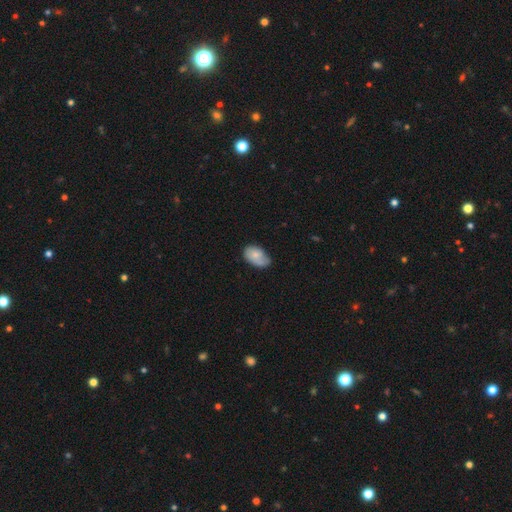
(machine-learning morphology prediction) This appears to be a smooth galaxy with no disk features (72%) that is in between round and cigar-shaped (90%). Merging: none (45%).